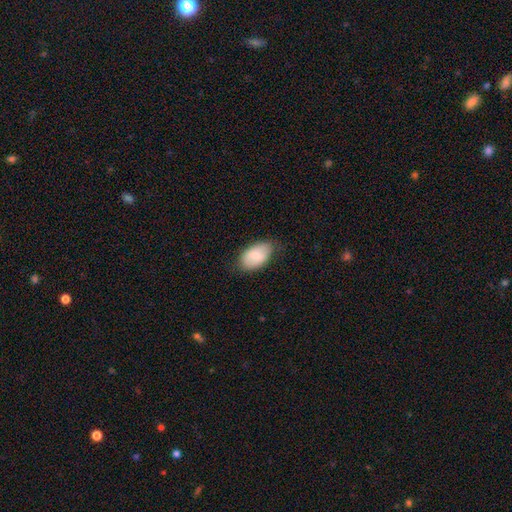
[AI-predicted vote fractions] smooth_or_featured: smooth (p=0.74) [alt: featured or disk p=0.19]
how_rounded: in between (p=0.93) [alt: round p=0.06]
merging: none (p=0.69) [alt: minor disturbance p=0.25]